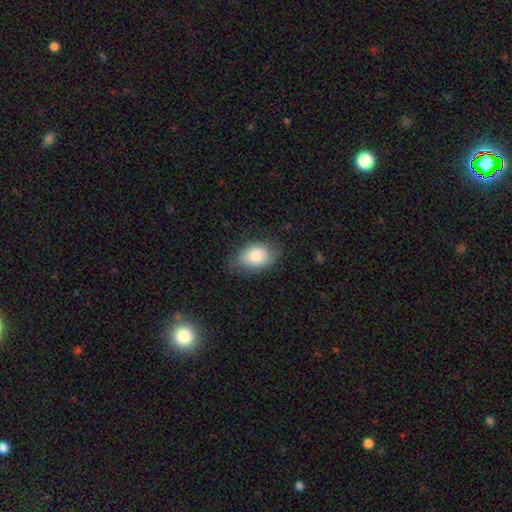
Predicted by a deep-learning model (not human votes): smooth 81%, featured or disk 12%, star or artifact 7%. Down the decision tree: how rounded — in between (82%); merging — none (69%).